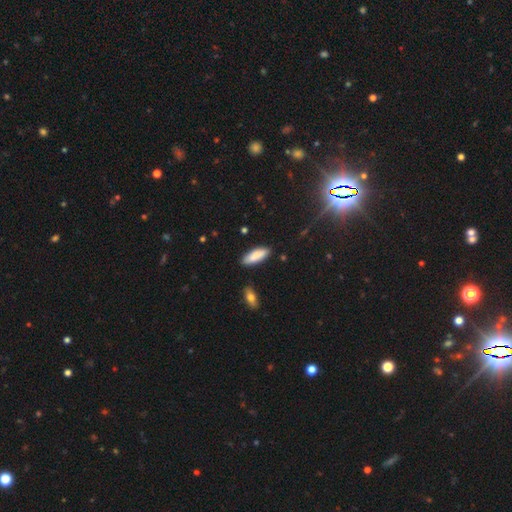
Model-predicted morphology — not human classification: Smooth or featured? Predicted: smooth (p=0.87). How rounded? Predicted: in between (p=0.64). Merging? Predicted: none (p=0.85).